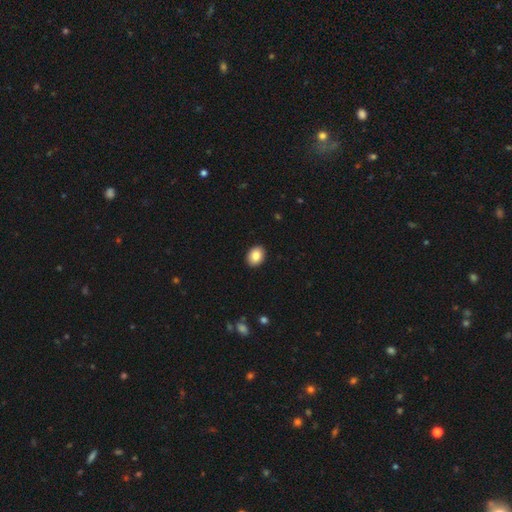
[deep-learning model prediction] This appears to be a smooth galaxy with no disk features (87%) that is in between round and cigar-shaped (70%). Merging: none (91%).